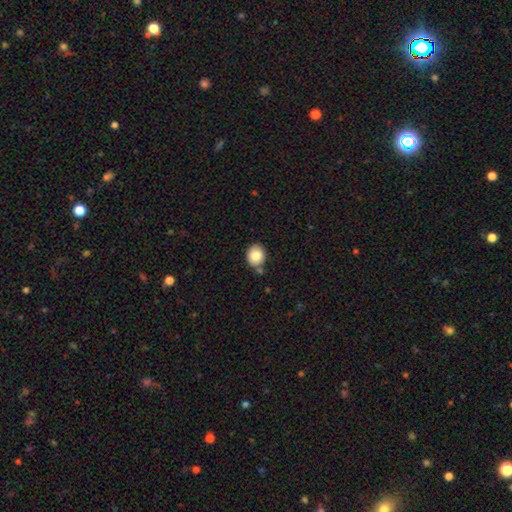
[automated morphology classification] Smooth or featured: smooth — 82% (star or artifact — 9%)
How rounded: round — 74% (in between — 25%)
Merging: none — 78% (minor disturbance — 12%)